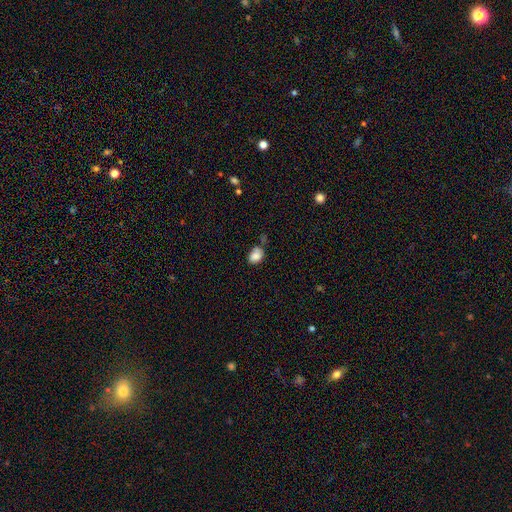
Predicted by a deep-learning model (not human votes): smooth_or_featured: smooth (p=0.84) [alt: star or artifact p=0.09]
how_rounded: in between (p=0.69) [alt: round p=0.29]
merging: none (p=0.51) [alt: minor disturbance p=0.27]